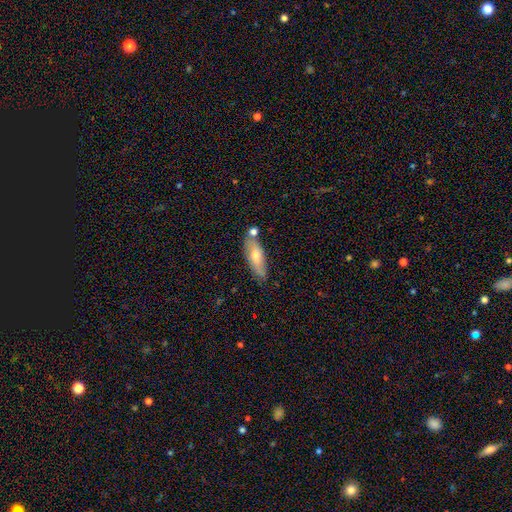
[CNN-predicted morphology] type=smooth (56%); roundness=in between (63%); merging=none (69%).